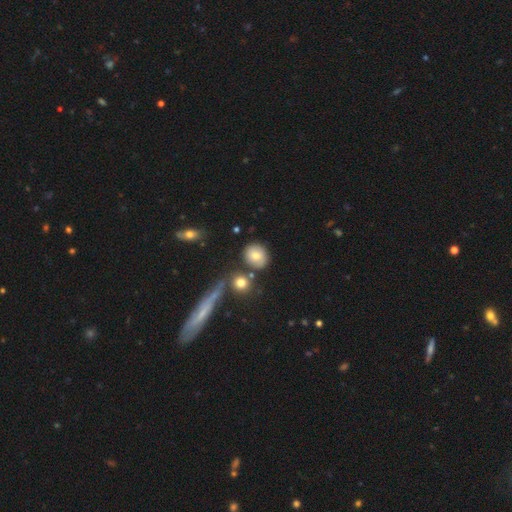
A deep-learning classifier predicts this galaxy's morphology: A smooth galaxy with no disk features (74%) that is round (72%). Merging: none (76%).